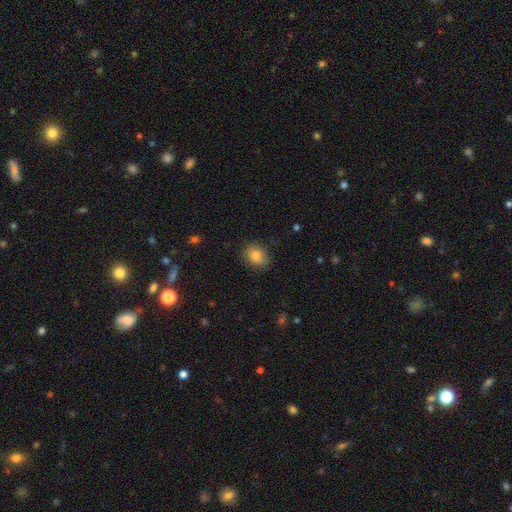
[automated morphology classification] The model was most divided on "how rounded": round: 53%, in between: 46%, cigar-shaped: 1%. More confident: merging — none (83%); smooth or featured — smooth (82%).